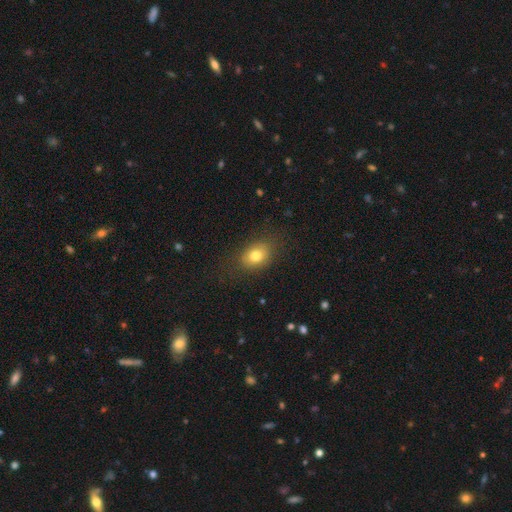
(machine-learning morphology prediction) Smooth or featured? Predicted: smooth (p=0.79). How rounded? Predicted: in between (p=0.73). Merging? Predicted: none (p=0.80).